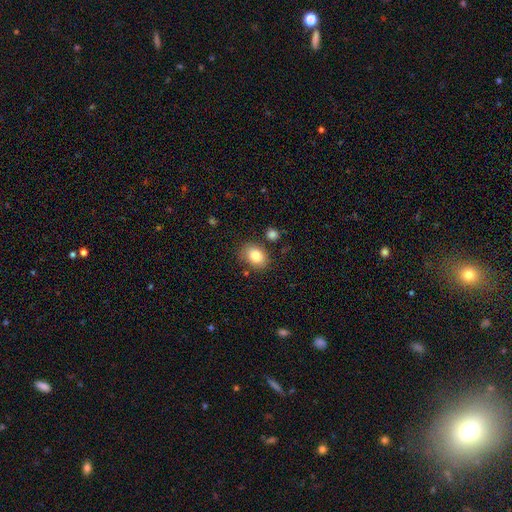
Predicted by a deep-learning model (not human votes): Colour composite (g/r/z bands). It shows a smooth galaxy with no disk features (84%) that is in between round and cigar-shaped (66%). Merging: none (76%).